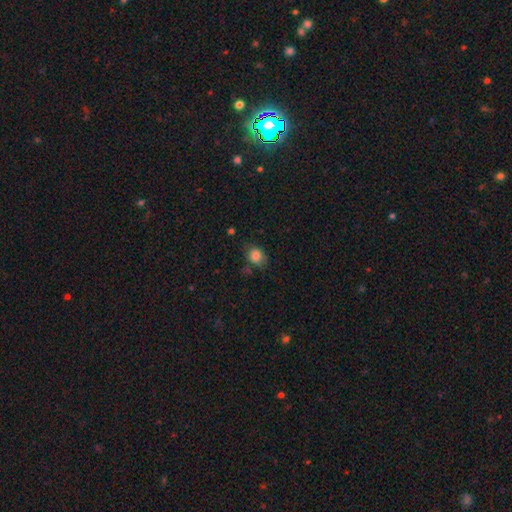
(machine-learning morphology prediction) smooth_or_featured: smooth (p=0.81) [alt: star or artifact p=0.11]
how_rounded: round (p=0.50) [alt: in between p=0.49]
merging: none (p=0.59) [alt: minor disturbance p=0.27]